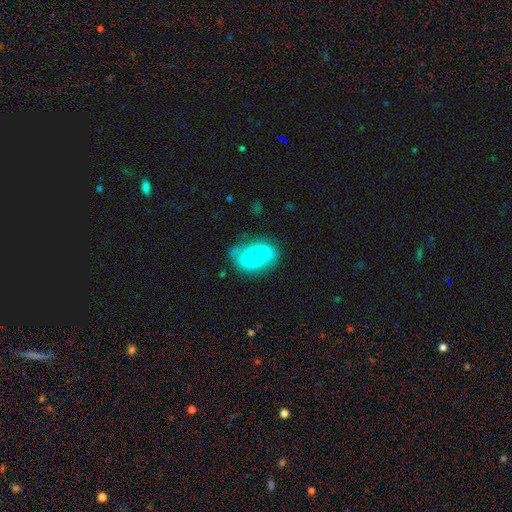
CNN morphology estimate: featured or disk 74%, smooth 20%, star or artifact 6%. Down the decision tree: edge-on disk — no (97%); bar — no (56%); spiral arms — yes (91%); spiral arm count — 2 (80%); spiral winding — medium (49%); bulge size — small (63%); merging — none (61%).